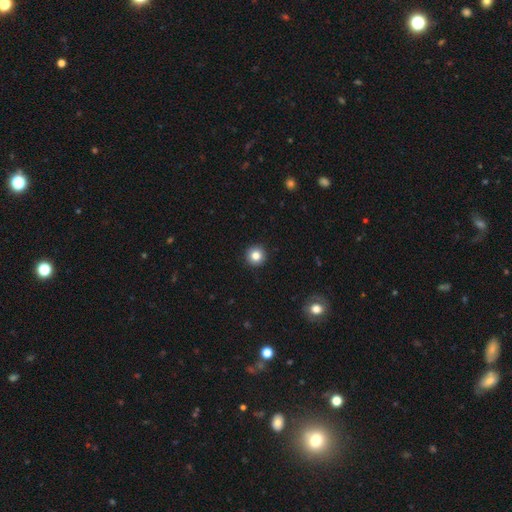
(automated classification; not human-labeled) Morphology: type=smooth (83%); roundness=round (96%); merging=none (93%).